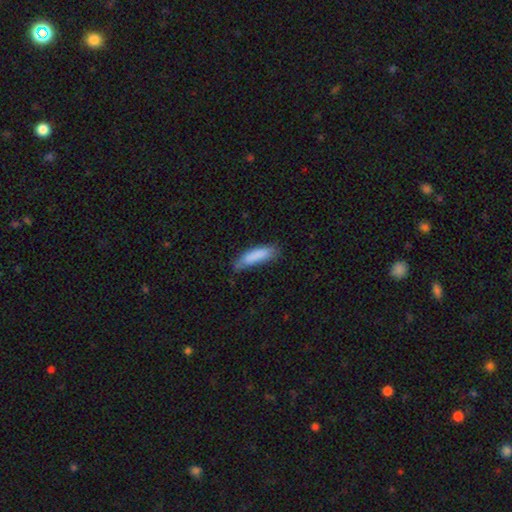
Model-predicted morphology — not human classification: The model was most divided on "merging": none: 59%, minor disturbance: 31%, major disturbance: 8%, merger: 3%. More confident: smooth or featured — smooth (84%); how rounded — cigar-shaped (65%).